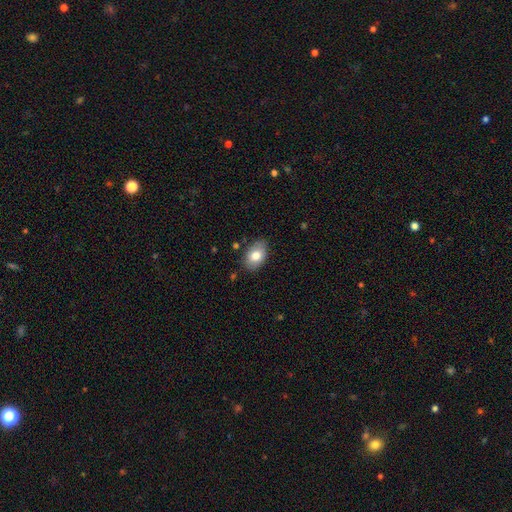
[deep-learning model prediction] The model was most divided on "smooth or featured": smooth: 78%, featured or disk: 15%, star or artifact: 7%. More confident: how rounded — in between (89%); merging — none (82%).